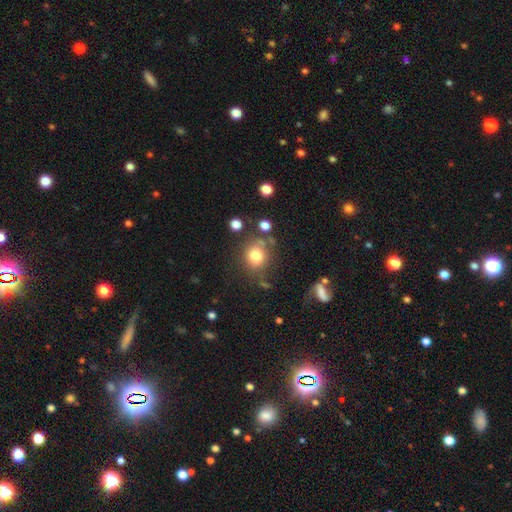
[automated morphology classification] This is likely a smooth galaxy (77%). How rounded: clearly round (81%). Merging: likely none (70%).